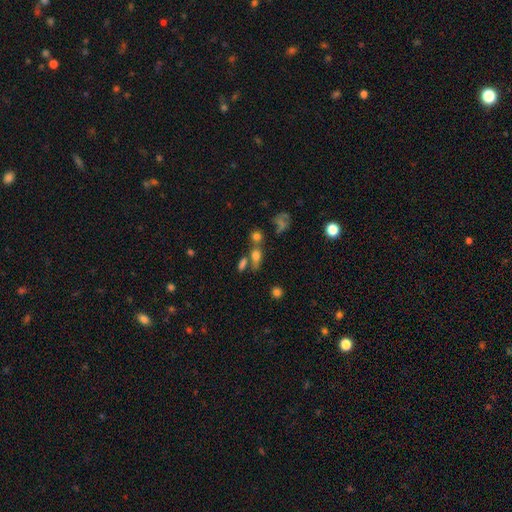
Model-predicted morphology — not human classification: A smooth galaxy with no disk features (67%) that is in between round and cigar-shaped (58%).

Vote fractions:
- Smooth or featured? smooth: 67% / featured or disk: 17% / star or artifact: 16%
- How rounded? in between: 58% / round: 25% / cigar-shaped: 17%
- Merging? none: 51% / merger: 27% / minor disturbance: 13% / major disturbance: 8%